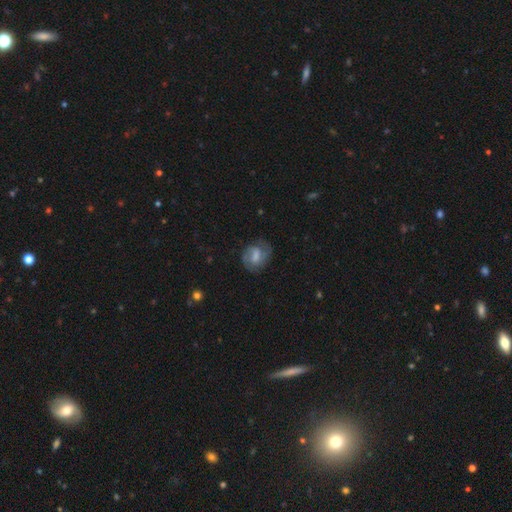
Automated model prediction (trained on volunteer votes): Morphology: type=featured or disk (60%); edge-on=no (97%); bar=weak (53%); spiral arms=yes (86%); winding=medium (46%); arm count=2 (73%); bulge=moderate (33%); merging=none (67%).